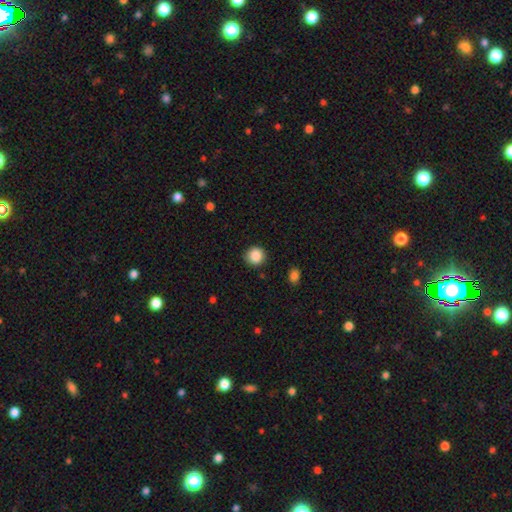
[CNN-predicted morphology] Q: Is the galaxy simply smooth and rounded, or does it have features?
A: smooth — 88%.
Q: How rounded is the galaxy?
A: round — 91%.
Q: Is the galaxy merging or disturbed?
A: none — 88%.